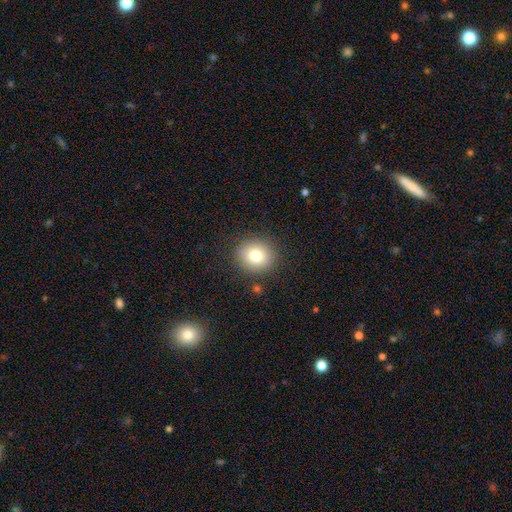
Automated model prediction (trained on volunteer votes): A smooth galaxy with no disk features (78%) that is round (86%).

Vote fractions:
- Smooth or featured? smooth: 78% / star or artifact: 12% / featured or disk: 10%
- How rounded? round: 86% / in between: 13% / cigar-shaped: 1%
- Merging? none: 88% / minor disturbance: 8% / major disturbance: 3% / merger: 2%